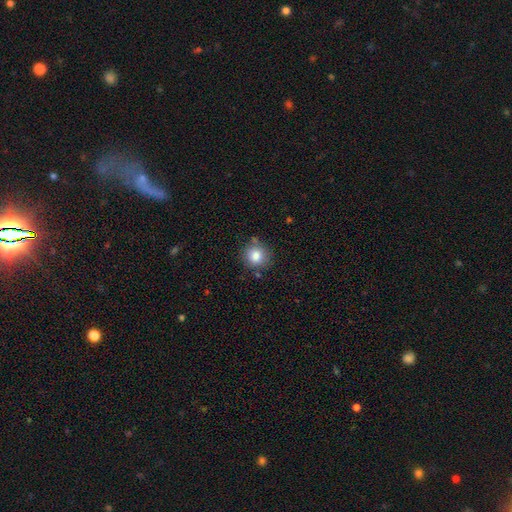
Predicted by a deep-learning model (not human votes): Smooth or featured? smooth (84%)
How rounded? round (88%)
Merging? none (78%)